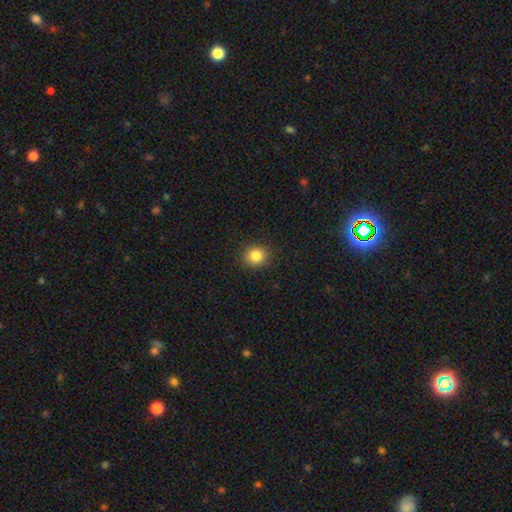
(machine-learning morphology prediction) A smooth galaxy with no disk features (84%) that is round (85%).

Vote fractions:
- Smooth or featured? smooth: 84% / star or artifact: 11% / featured or disk: 5%
- How rounded? round: 85% / in between: 14% / cigar-shaped: 1%
- Merging? none: 91% / minor disturbance: 6% / major disturbance: 2% / merger: 1%